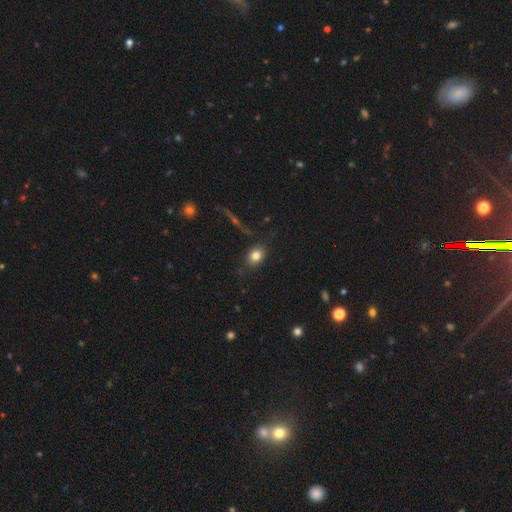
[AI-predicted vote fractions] smooth 79%, featured or disk 11%, star or artifact 10%. Down the decision tree: how rounded — in between (53%); merging — none (81%).